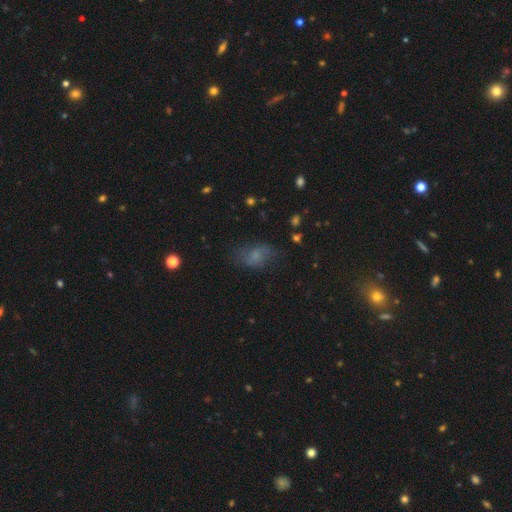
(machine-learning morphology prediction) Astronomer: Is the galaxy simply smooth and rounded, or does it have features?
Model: smooth — 56%.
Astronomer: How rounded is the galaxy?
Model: in between — 82%.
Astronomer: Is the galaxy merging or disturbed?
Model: none — 55%.